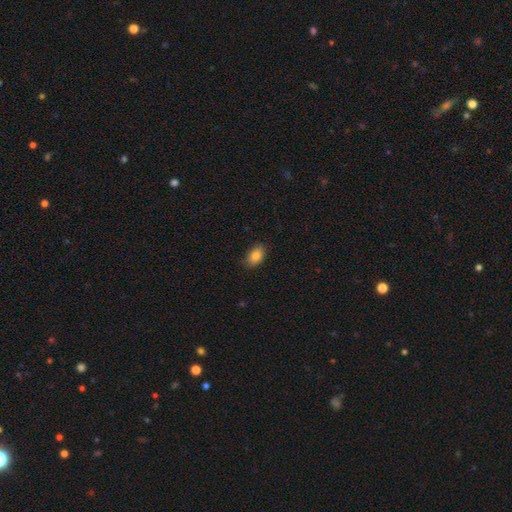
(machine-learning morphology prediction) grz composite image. It shows a smooth galaxy with no disk features (85%) that is in between round and cigar-shaped (88%). Merging: none (84%).